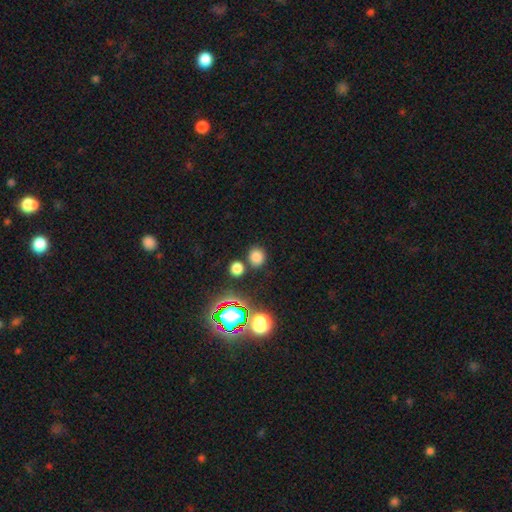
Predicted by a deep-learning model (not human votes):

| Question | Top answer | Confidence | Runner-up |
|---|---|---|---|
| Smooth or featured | smooth | 75% | star or artifact (19%) |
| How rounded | round | 83% | in between (16%) |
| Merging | none | 78% | merger (10%) |